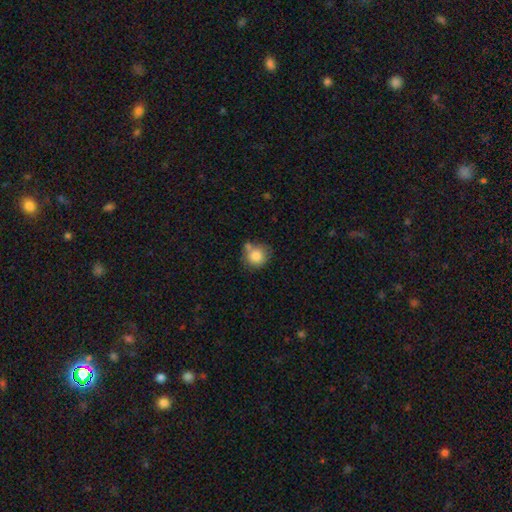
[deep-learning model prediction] Smooth or featured? Predicted: smooth (p=0.84). How rounded? Predicted: round (p=0.85). Merging? Predicted: none (p=0.59).